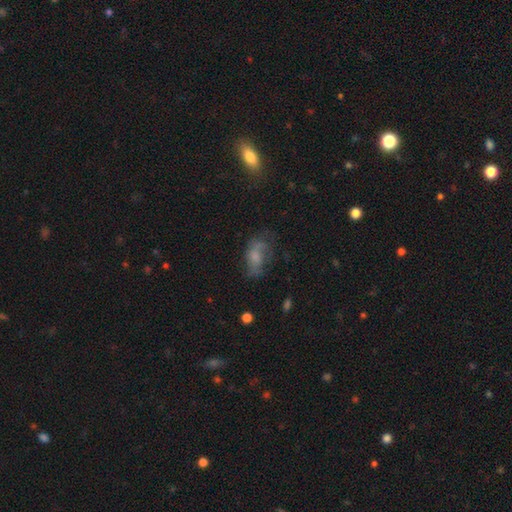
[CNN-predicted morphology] A smooth galaxy with no disk features (49%).

Vote fractions:
- Smooth or featured? smooth: 49% / featured or disk: 38% / star or artifact: 13%
- Merging? none: 44% / major disturbance: 27% / minor disturbance: 26% / merger: 3%